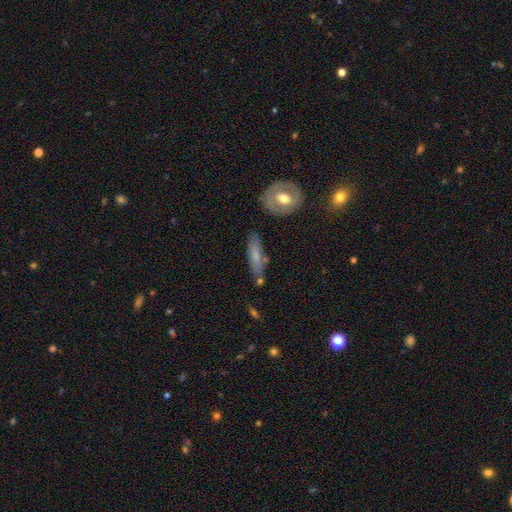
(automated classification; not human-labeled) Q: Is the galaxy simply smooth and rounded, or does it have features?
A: smooth — 63%.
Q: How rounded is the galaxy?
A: cigar-shaped — 65%.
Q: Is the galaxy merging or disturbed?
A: none — 73%.